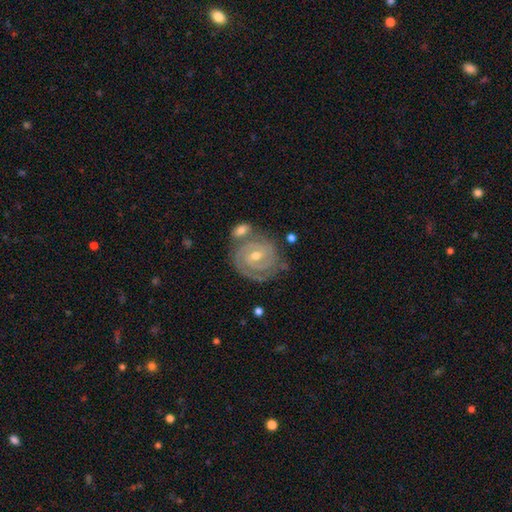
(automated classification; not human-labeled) Smooth or featured?
  - featured or disk: 88% *
  - smooth: 6%
  - star or artifact: 5%
Edge-on disk?
  - no: 97% *
  - yes: 3%
Bar?
  - weak: 43% *
  - no: 41%
  - strong: 15%
Spiral arms?
  - yes: 97% *
  - no: 3%
Spiral winding?
  - tight: 82% *
  - medium: 16%
  - loose: 2%
Spiral arm count?
  - 2: 66% *
  - 3: 15%
  - can't tell: 11%
  - 1: 3%
  - 4: 3%
  - more than 4: 3%
Bulge size?
  - moderate: 53% *
  - small: 44%
  - large: 1%
  - none: 1%
  - dominant: 1%
Merging?
  - none: 68% *
  - merger: 14%
  - minor disturbance: 13%
  - major disturbance: 5%